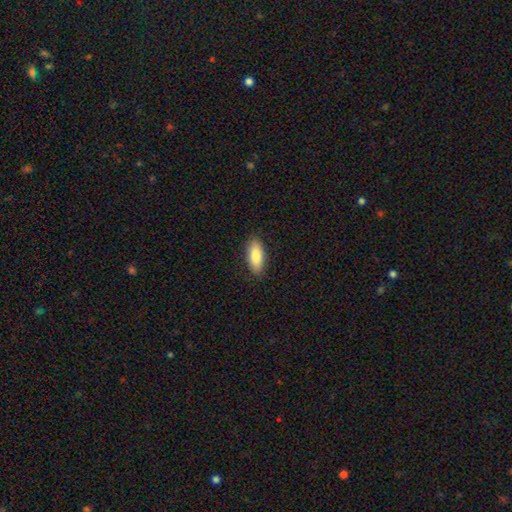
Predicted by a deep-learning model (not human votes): A smooth galaxy with no disk features (84%) that is in between round and cigar-shaped (81%).

Vote fractions:
- Smooth or featured? smooth: 84% / featured or disk: 10% / star or artifact: 6%
- How rounded? in between: 81% / cigar-shaped: 17% / round: 2%
- Merging? none: 88% / minor disturbance: 9% / major disturbance: 2% / merger: 1%